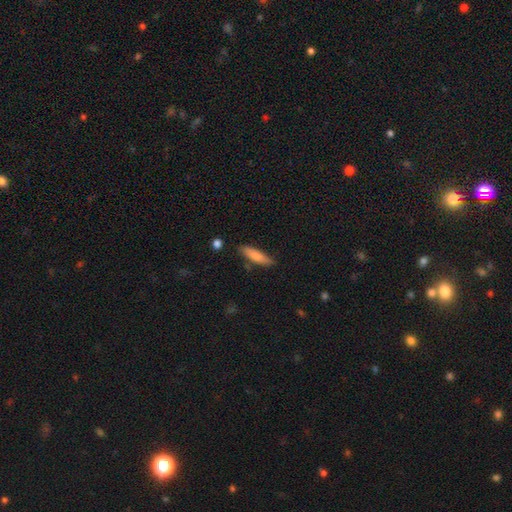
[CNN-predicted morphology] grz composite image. It shows a smooth galaxy with no disk features (80%) that is cigar-shaped (70%). Merging: none (80%).